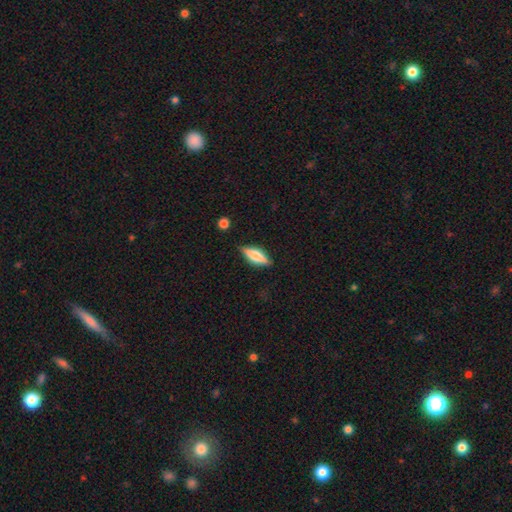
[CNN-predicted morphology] Smooth or featured?
  - smooth: 55% *
  - featured or disk: 38%
  - star or artifact: 7%
How rounded?
  - in between: 50% *
  - cigar-shaped: 47%
  - round: 3%
Merging?
  - none: 84% *
  - minor disturbance: 12%
  - major disturbance: 3%
  - merger: 2%